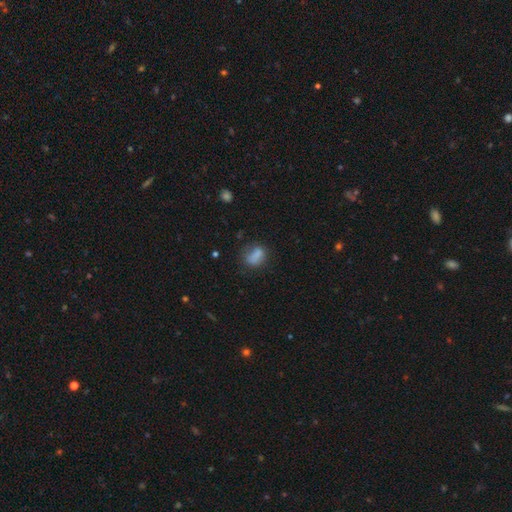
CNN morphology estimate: type=smooth (78%); roundness=in between (71%); merging=none (58%).